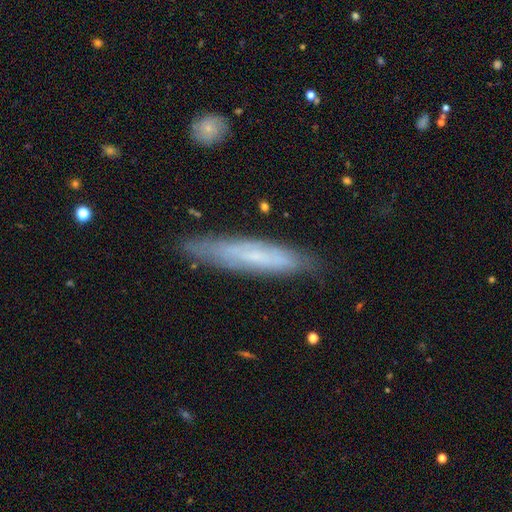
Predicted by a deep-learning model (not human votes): This is possibly a featured or disk galaxy (47%). Merging: likely none (79%).